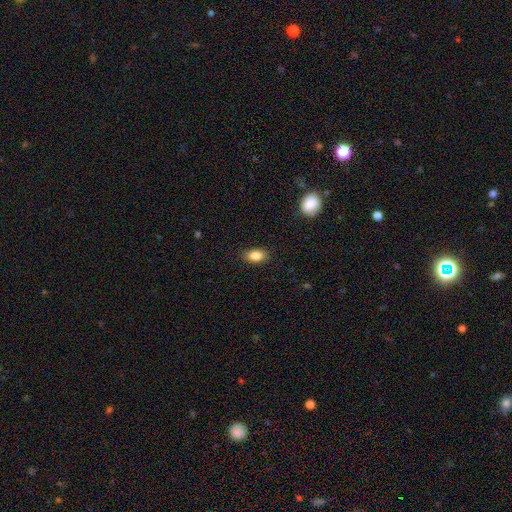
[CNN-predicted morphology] smooth_or_featured: smooth (p=0.86) [alt: star or artifact p=0.09]
how_rounded: in between (p=0.87) [alt: round p=0.10]
merging: none (p=0.87) [alt: minor disturbance p=0.10]